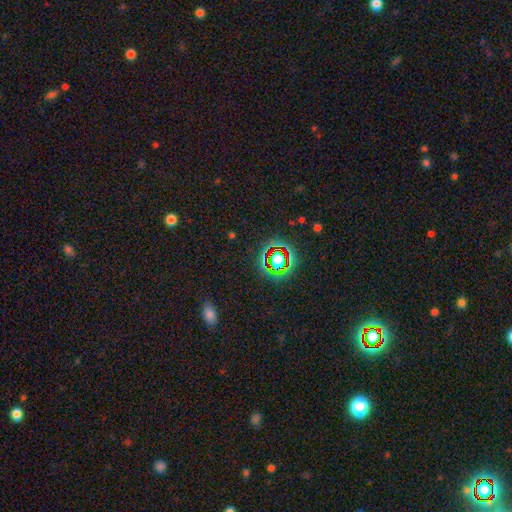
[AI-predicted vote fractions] This appears to be a star or artifact, not a galaxy (69%).